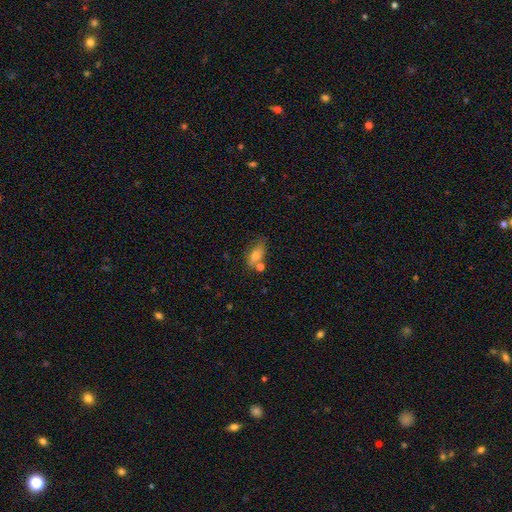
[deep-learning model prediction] Smooth or featured? smooth (73%)
How rounded? in between (83%)
Merging? none (57%)